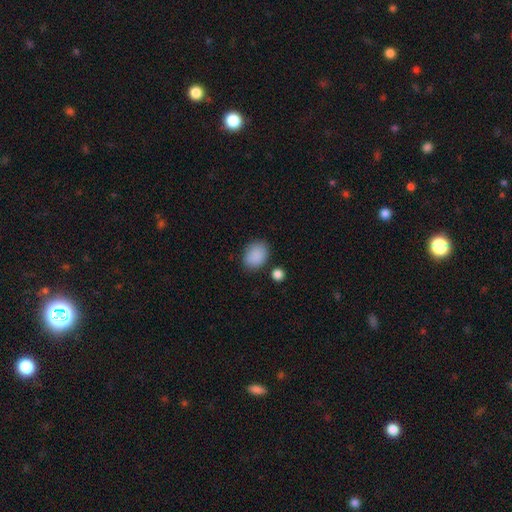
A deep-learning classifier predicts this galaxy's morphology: Smooth or featured?
  - smooth: 89% *
  - star or artifact: 7%
  - featured or disk: 4%
How rounded?
  - in between: 72% *
  - round: 27%
  - cigar-shaped: 1%
Merging?
  - none: 79% *
  - minor disturbance: 14%
  - merger: 4%
  - major disturbance: 4%